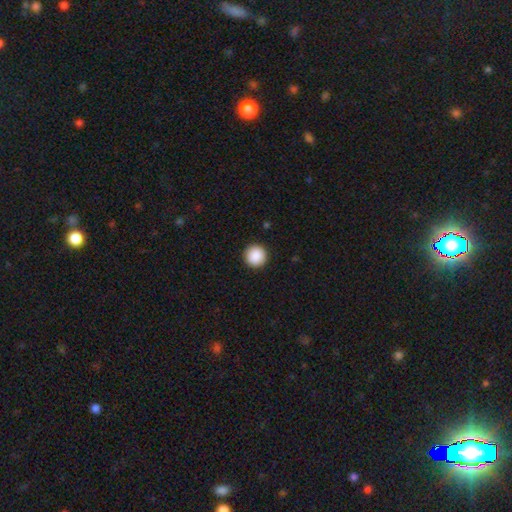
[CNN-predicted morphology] Smooth or featured? Predicted: smooth (p=0.89). How rounded? Predicted: round (p=0.96). Merging? Predicted: none (p=0.93).